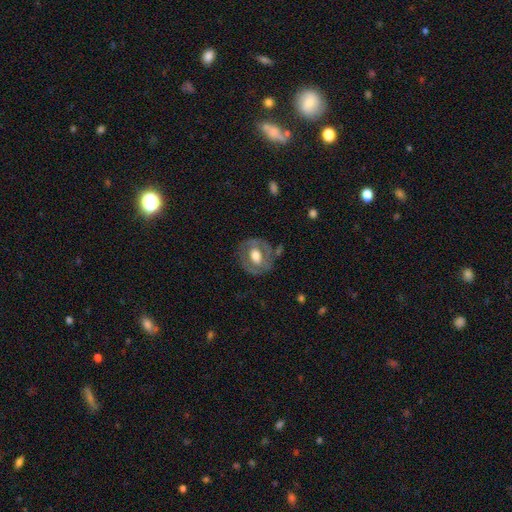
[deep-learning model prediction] Smooth or featured? Predicted: featured or disk (p=0.54). Edge-on disk? Predicted: no (p=0.95). Bar? Predicted: no (p=0.62). Spiral arms? Predicted: no (p=0.73). Bulge size? Predicted: moderate (p=0.54). Merging? Predicted: none (p=0.73).